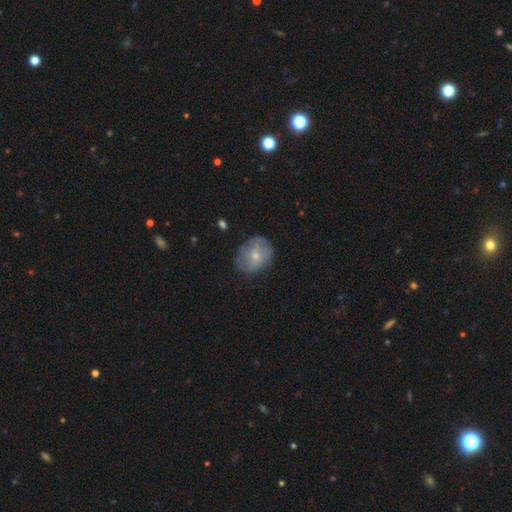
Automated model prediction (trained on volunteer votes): A smooth galaxy with no disk features (48%). Merging: none (66%).